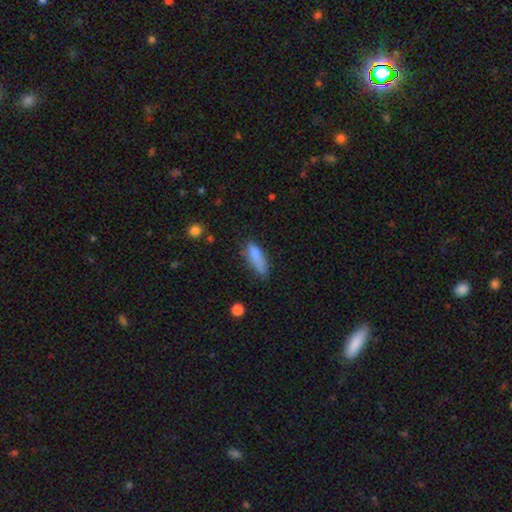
Smooth or featured? 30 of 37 (81%) said smooth. How rounded? 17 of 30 (57%) said in between. Merging? 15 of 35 (43%) said minor disturbance.